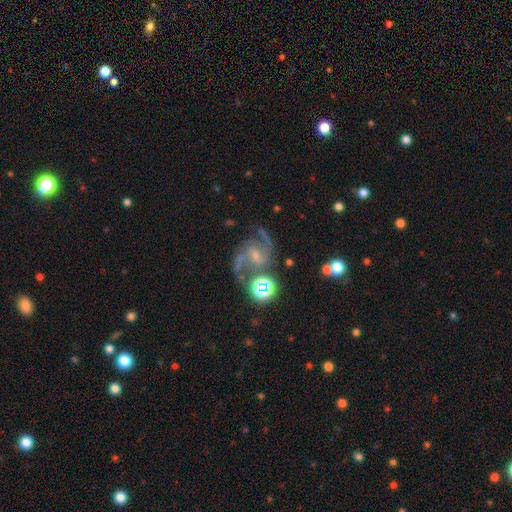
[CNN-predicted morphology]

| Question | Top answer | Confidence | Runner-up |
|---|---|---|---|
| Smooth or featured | featured or disk | 84% | star or artifact (10%) |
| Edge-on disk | no | 98% | yes (2%) |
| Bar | no | 48% | weak (40%) |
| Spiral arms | yes | 96% | no (4%) |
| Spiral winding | medium | 56% | loose (27%) |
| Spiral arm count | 2 | 88% | can't tell (3%) |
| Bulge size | small | 52% | moderate (36%) |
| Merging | none | 64% | merger (13%) |